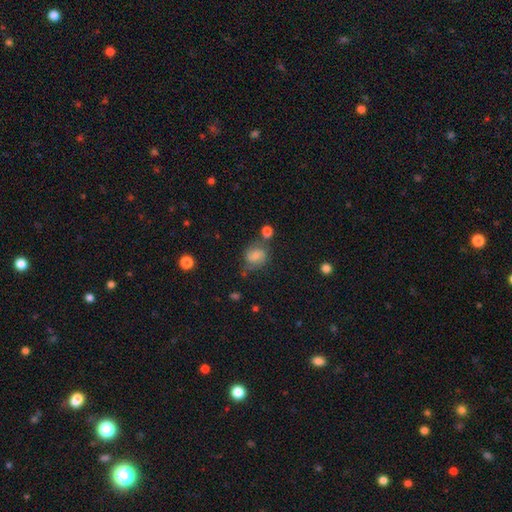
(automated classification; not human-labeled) smooth 60%, featured or disk 29%, star or artifact 11%. Down the decision tree: how rounded — round (64%); merging — none (54%).